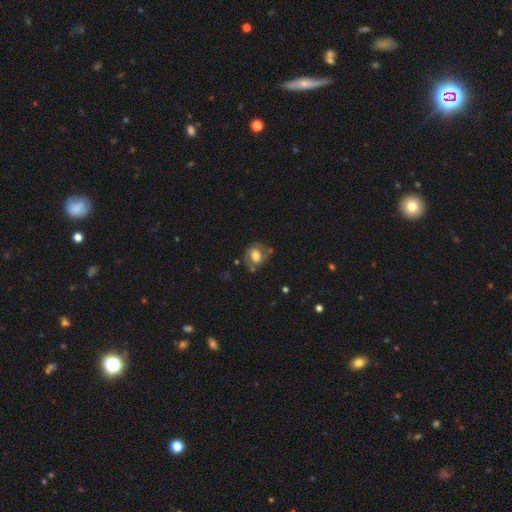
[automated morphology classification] This appears to be a smooth galaxy with no disk features (57%) that is round (60%). Merging: none (60%).